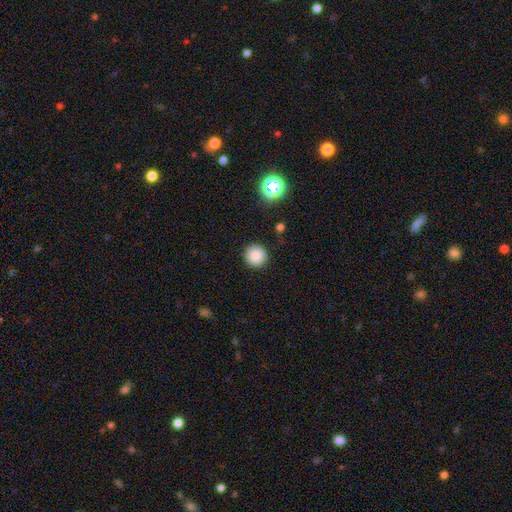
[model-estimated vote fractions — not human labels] smooth 84%, star or artifact 11%, featured or disk 5%. Down the decision tree: how rounded — round (96%); merging — none (91%).